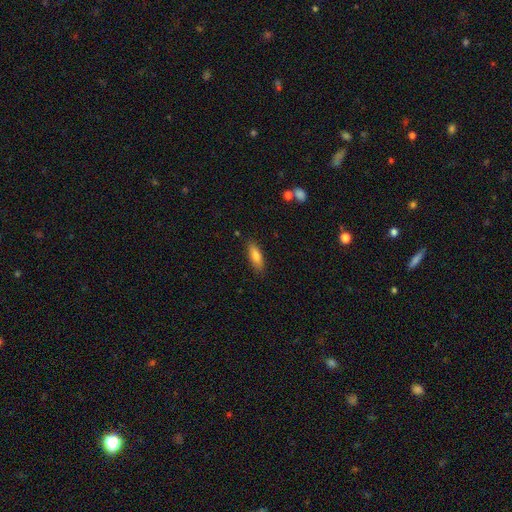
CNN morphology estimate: Smooth or featured?
  - smooth: 79% *
  - featured or disk: 14%
  - star or artifact: 7%
How rounded?
  - in between: 57% *
  - cigar-shaped: 41%
  - round: 2%
Merging?
  - none: 85% *
  - minor disturbance: 11%
  - major disturbance: 2%
  - merger: 2%